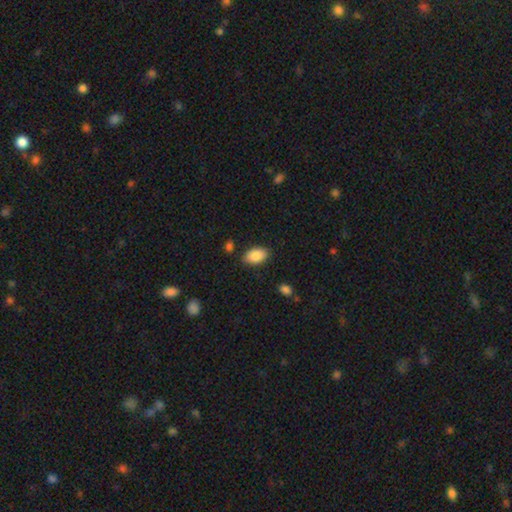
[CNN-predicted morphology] Smooth or featured?
  - smooth: 89% *
  - star or artifact: 7%
  - featured or disk: 5%
How rounded?
  - in between: 93% *
  - round: 5%
  - cigar-shaped: 2%
Merging?
  - none: 85% *
  - minor disturbance: 10%
  - major disturbance: 3%
  - merger: 2%